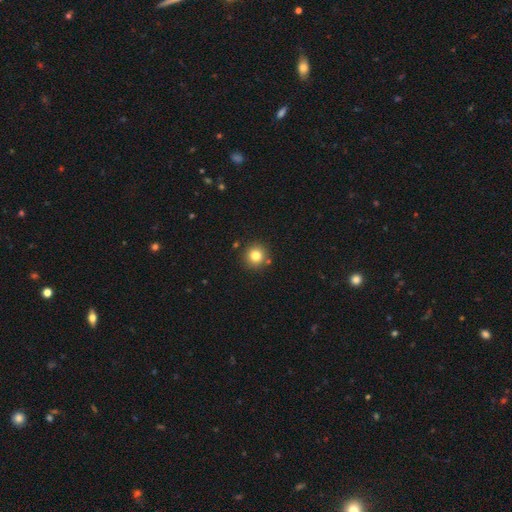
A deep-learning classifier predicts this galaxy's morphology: Smooth or featured?
  - smooth: 80% *
  - star or artifact: 12%
  - featured or disk: 7%
How rounded?
  - round: 94% *
  - in between: 5%
  - cigar-shaped: 1%
Merging?
  - none: 86% *
  - minor disturbance: 7%
  - merger: 5%
  - major disturbance: 2%